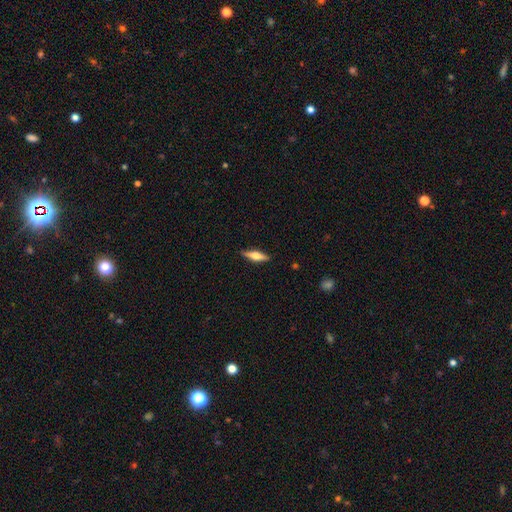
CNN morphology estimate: Overall: featured or disk (52%; smooth 41%). Edge-on disk: yes (95%). Edge-on bulge: rounded (90%). Merging: none (89%).